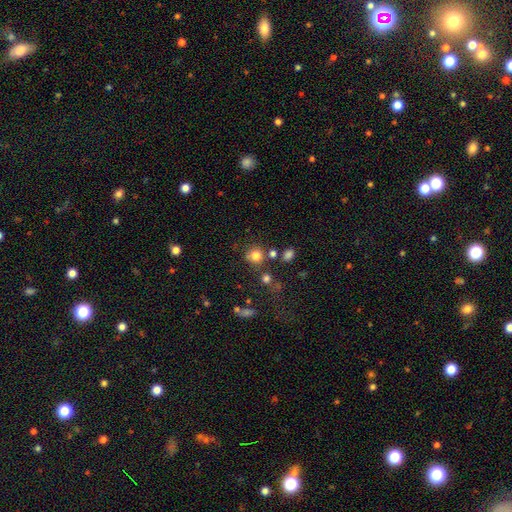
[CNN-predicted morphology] Q: Smooth or featured?
A: smooth (79%); runner-up: star or artifact (14%)
Q: How rounded?
A: round (88%); runner-up: in between (11%)
Q: Merging?
A: none (73%); runner-up: merger (11%)